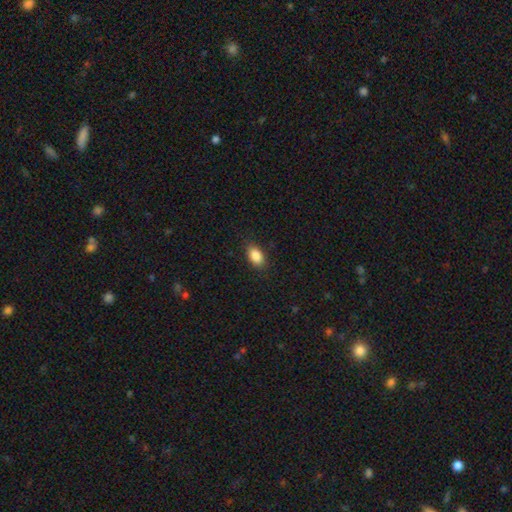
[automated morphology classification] Smooth or featured?
  - smooth: 88% *
  - star or artifact: 8%
  - featured or disk: 4%
How rounded?
  - in between: 88% *
  - round: 10%
  - cigar-shaped: 2%
Merging?
  - none: 87% *
  - minor disturbance: 10%
  - major disturbance: 2%
  - merger: 1%